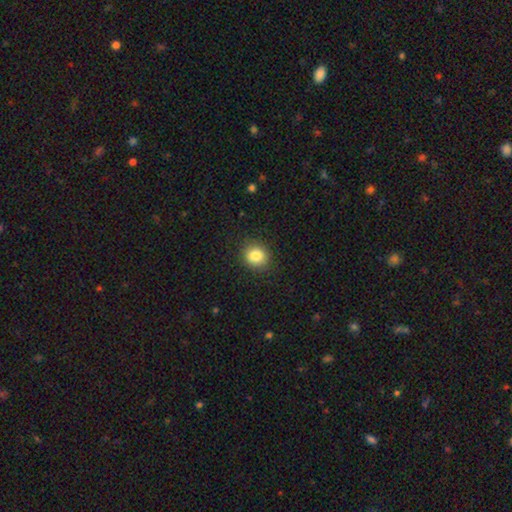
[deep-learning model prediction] Overall: smooth (84%). How rounded: round (83%). Merging: none (90%).